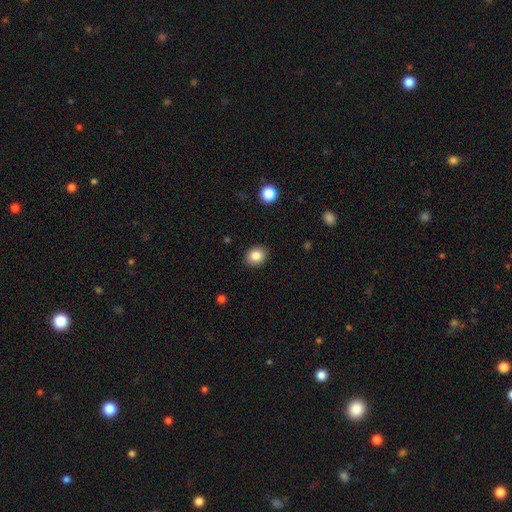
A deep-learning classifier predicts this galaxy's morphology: type=smooth (85%); roundness=round (58%); merging=none (90%).